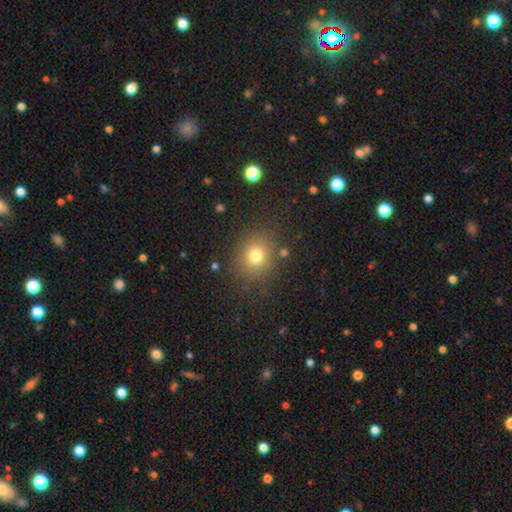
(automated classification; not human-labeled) Q: Smooth or featured?
A: smooth (75%); runner-up: star or artifact (16%)
Q: How rounded?
A: round (73%); runner-up: in between (26%)
Q: Merging?
A: none (84%); runner-up: minor disturbance (9%)